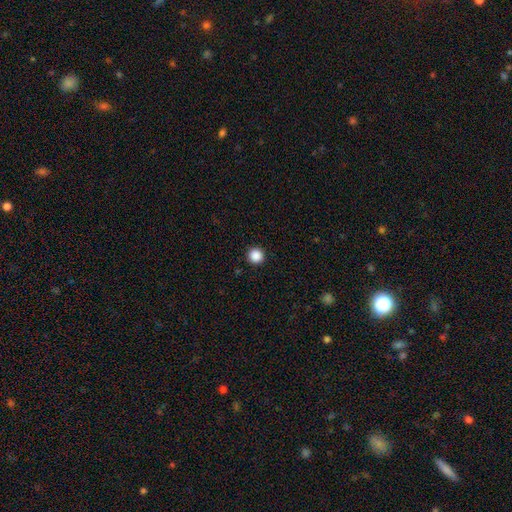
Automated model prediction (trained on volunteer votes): smooth-or-featured: smooth: 88% | star or artifact: 10% | featured or disk: 2%
  how-rounded: round: 96% | in between: 3% | cigar-shaped: 1%
  merging: none: 93% | minor disturbance: 4% | major disturbance: 2% | merger: 1%